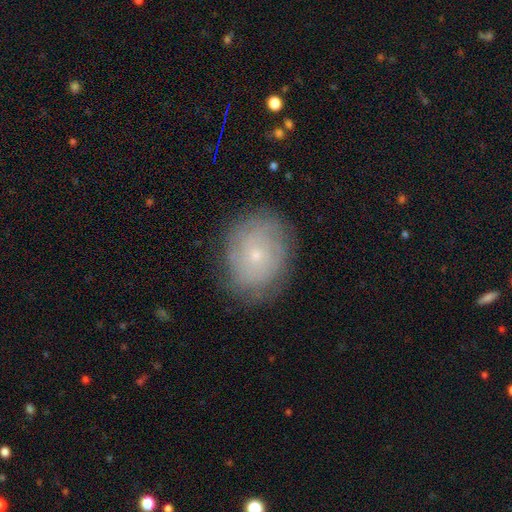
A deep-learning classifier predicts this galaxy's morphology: A featured or disk galaxy (47%).

Vote fractions:
- Smooth or featured? featured or disk: 47% / smooth: 43% / star or artifact: 10%
- Merging? none: 79% / minor disturbance: 15% / major disturbance: 5% / merger: 1%